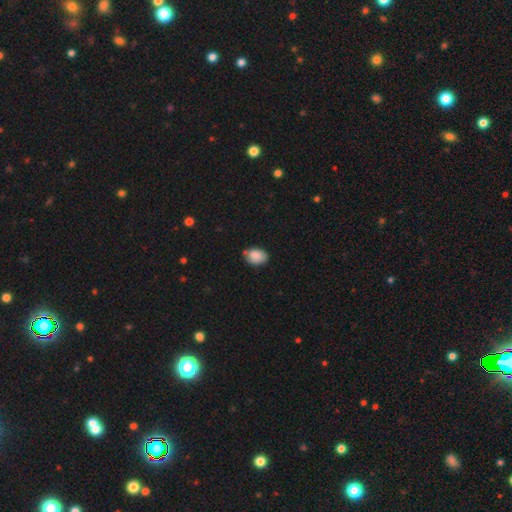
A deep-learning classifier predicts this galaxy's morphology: Smooth or featured?
  - smooth: 86% *
  - star or artifact: 8%
  - featured or disk: 6%
How rounded?
  - in between: 78% *
  - round: 21%
  - cigar-shaped: 1%
Merging?
  - none: 70% *
  - minor disturbance: 24%
  - major disturbance: 3%
  - merger: 3%